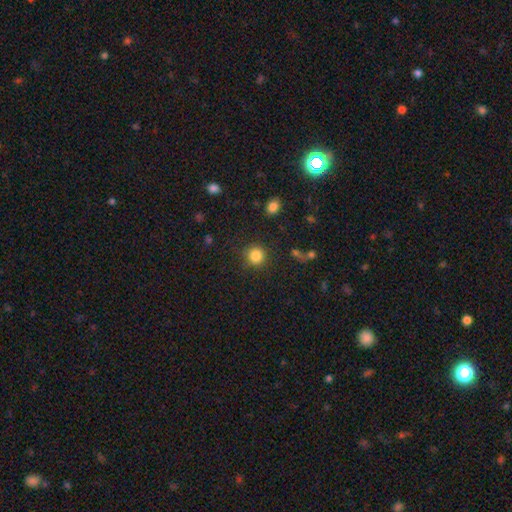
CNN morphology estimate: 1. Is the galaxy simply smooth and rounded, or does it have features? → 85% smooth, 11% star or artifact, 5% featured or disk.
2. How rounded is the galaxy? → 92% round, 7% in between, 1% cigar-shaped.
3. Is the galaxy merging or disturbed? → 86% none, 8% minor disturbance, 3% major disturbance, 2% merger.